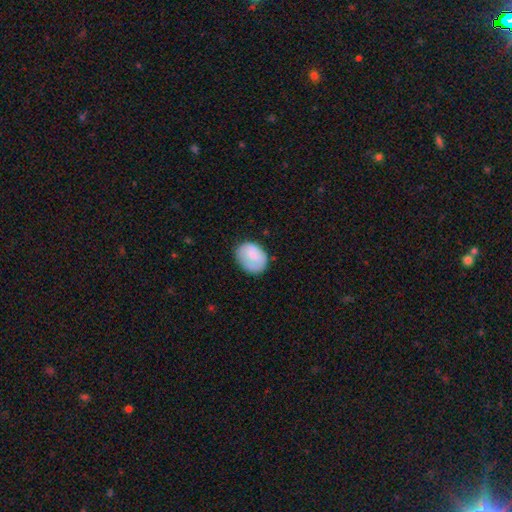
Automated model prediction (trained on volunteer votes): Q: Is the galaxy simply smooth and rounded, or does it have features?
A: smooth — 78%.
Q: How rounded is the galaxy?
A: in between — 61%.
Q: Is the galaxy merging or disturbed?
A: none — 67%.